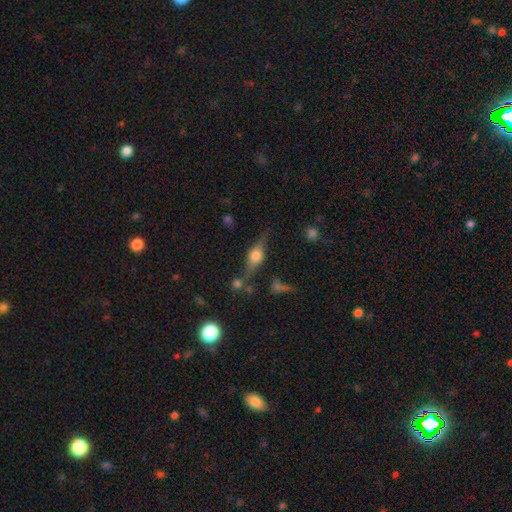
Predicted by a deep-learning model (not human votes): This appears to be a featured or disk galaxy (67%) viewed edge-on (93%) with a rounded central bulge (92%). Merging: none (75%).